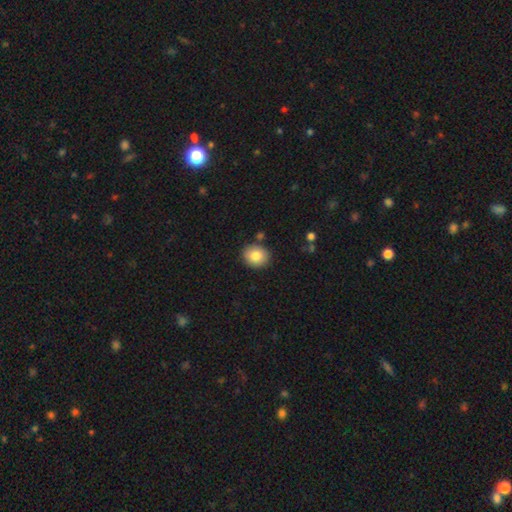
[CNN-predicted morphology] A smooth galaxy with no disk features (83%) that is round (69%). Merging: none (85%).